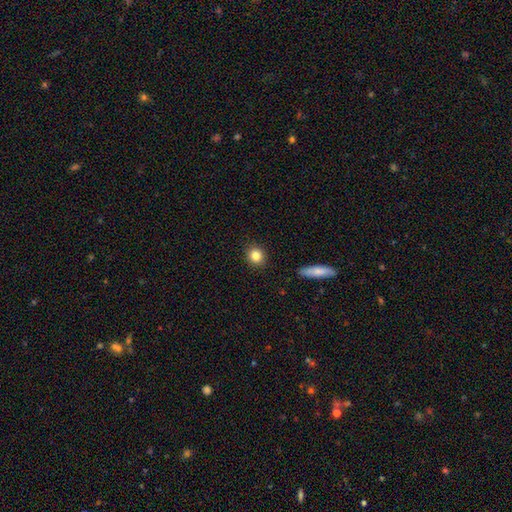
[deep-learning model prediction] This appears to be a smooth galaxy with no disk features (84%) that is round (85%). Merging: none (91%).